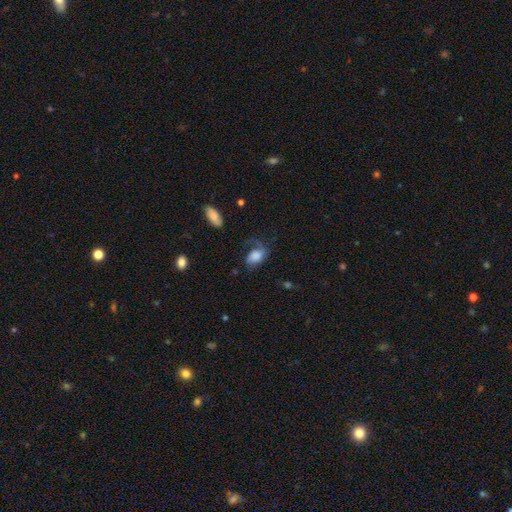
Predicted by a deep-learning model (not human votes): Smooth or featured: smooth — 53% (featured or disk — 38%)
How rounded: in between — 82% (round — 16%)
Merging: major disturbance — 38% (none — 37%)